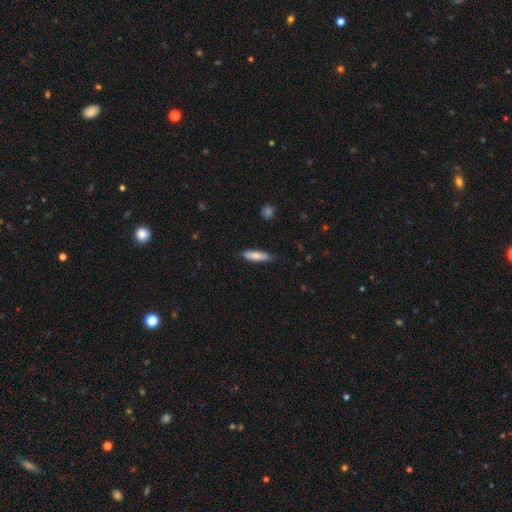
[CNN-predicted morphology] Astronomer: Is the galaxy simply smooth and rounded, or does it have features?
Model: smooth — 79%.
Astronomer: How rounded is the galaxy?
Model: cigar-shaped — 61% (runner-up: in between, 37%).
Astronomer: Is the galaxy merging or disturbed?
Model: none — 81%.